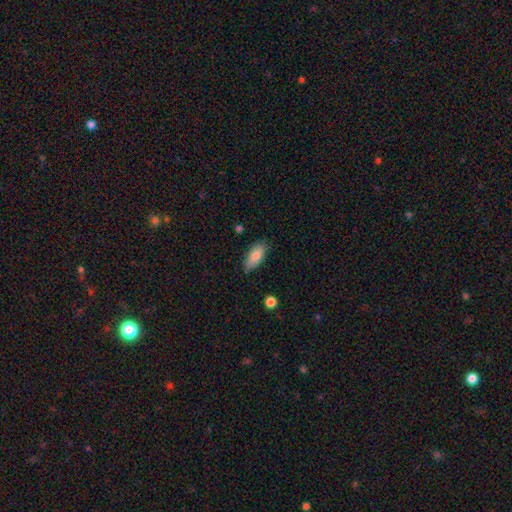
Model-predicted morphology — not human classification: Smooth or featured? Predicted: smooth (p=0.84). How rounded? Predicted: in between (p=0.85). Merging? Predicted: none (p=0.77).